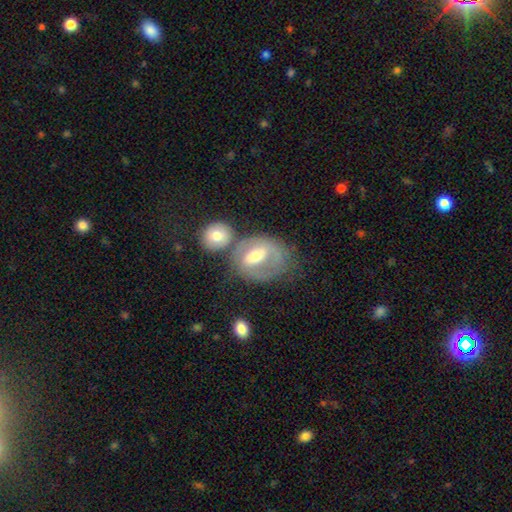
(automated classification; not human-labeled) Q: Smooth or featured?
A: featured or disk (57%); runner-up: smooth (36%)
Q: Edge-on disk?
A: no (94%); runner-up: yes (6%)
Q: Bar?
A: weak (43%); runner-up: strong (30%)
Q: Spiral arms?
A: yes (51%); runner-up: no (49%)
Q: Bulge size?
A: moderate (65%); runner-up: small (22%)
Q: Merging?
A: none (35%); runner-up: merger (24%)